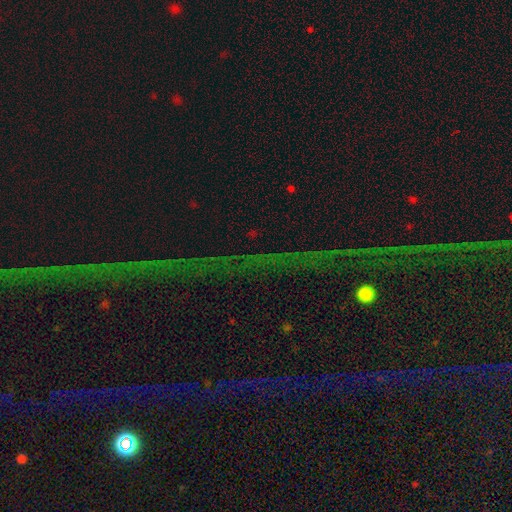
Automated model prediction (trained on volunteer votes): star or artifact 73%, featured or disk 14%, smooth 13%.